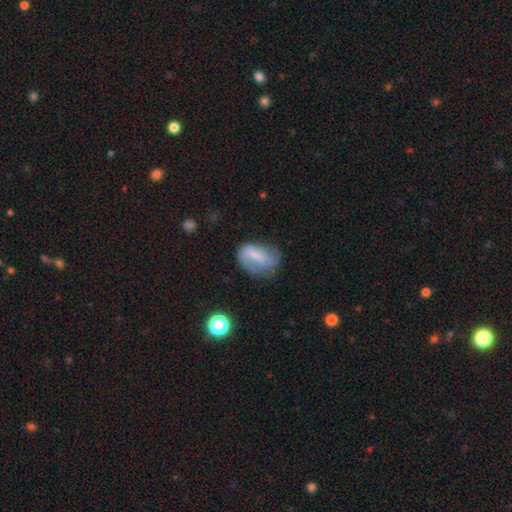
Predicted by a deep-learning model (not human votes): This is possibly a smooth galaxy (56%). How rounded: likely in between (78%). Merging: marginally none (43%).